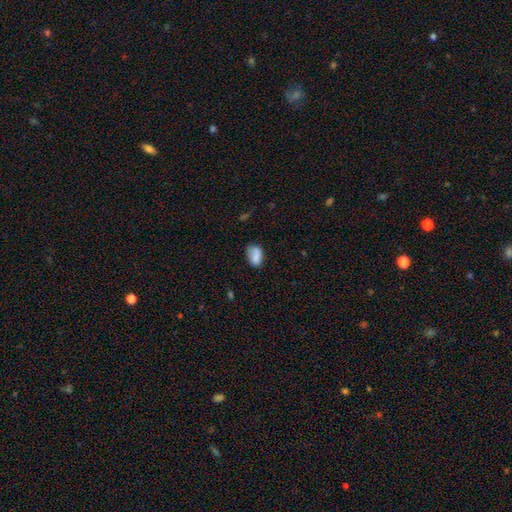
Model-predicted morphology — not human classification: smooth-or-featured: smooth: 82% | featured or disk: 10% | star or artifact: 9%
  how-rounded: in between: 86% | round: 12% | cigar-shaped: 2%
  merging: none: 59% | minor disturbance: 28% | major disturbance: 8% | merger: 6%